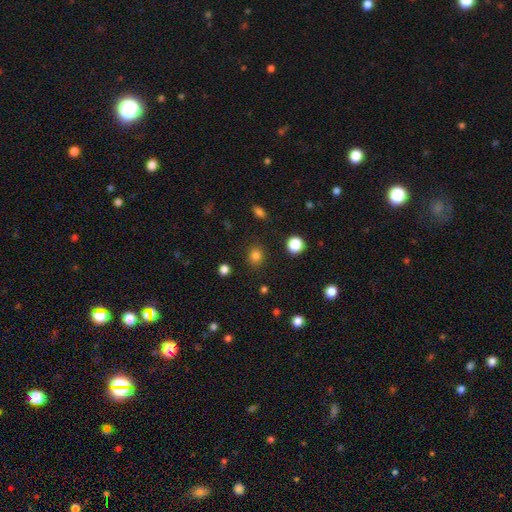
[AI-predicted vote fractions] A smooth galaxy with no disk features (82%) that is round (76%). Merging: none (87%).